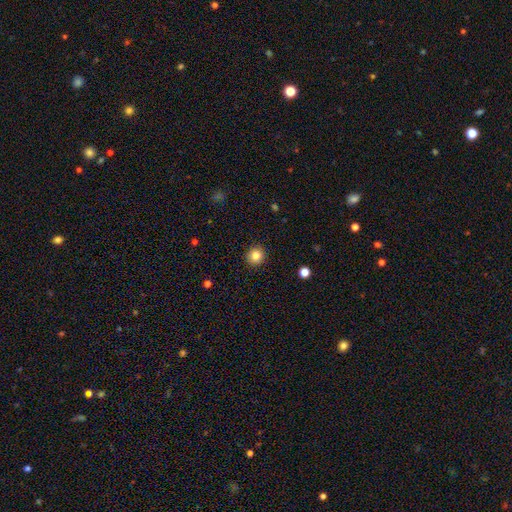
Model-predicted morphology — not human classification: smooth_or_featured: smooth (p=0.84) [alt: star or artifact p=0.11]
how_rounded: round (p=0.93) [alt: in between p=0.06]
merging: none (p=0.93) [alt: minor disturbance p=0.05]